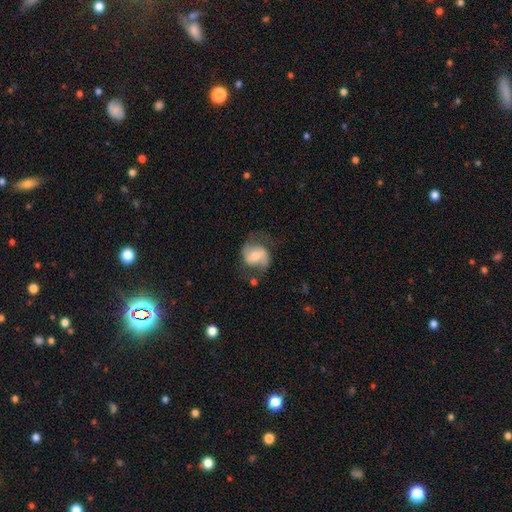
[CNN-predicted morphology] This is likely a featured or disk galaxy (69%). It is clearly not viewed edge-on (97%). Bar: marginally weak (42%). Spiral arm pattern: clearly yes (88%). Spiral arm count: clearly 2 (86%). Spiral winding: possibly medium (45%). Central bulge: possibly moderate (58%). Merging: possibly none (60%).